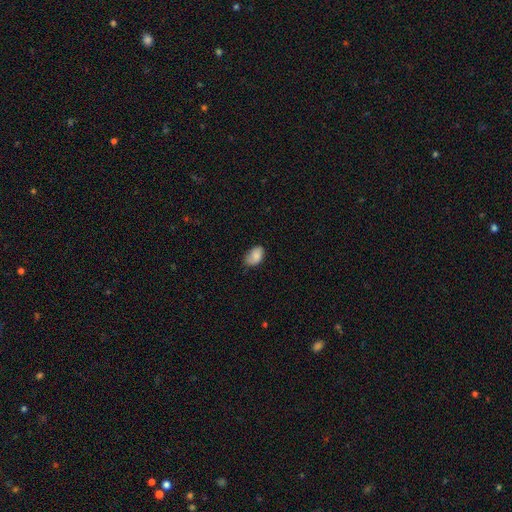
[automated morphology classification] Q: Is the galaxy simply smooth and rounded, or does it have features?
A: smooth — 81%.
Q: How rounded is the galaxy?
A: in between — 88%.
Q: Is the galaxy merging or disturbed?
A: none — 57%.